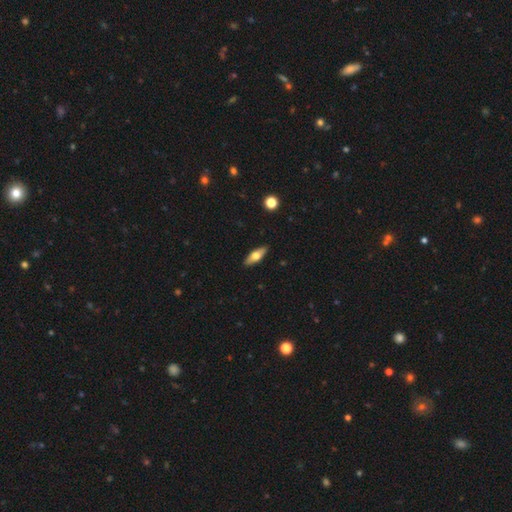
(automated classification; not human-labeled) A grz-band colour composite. It shows a smooth galaxy with no disk features (55%) that is in between round and cigar-shaped (60%). Merging: none (90%).